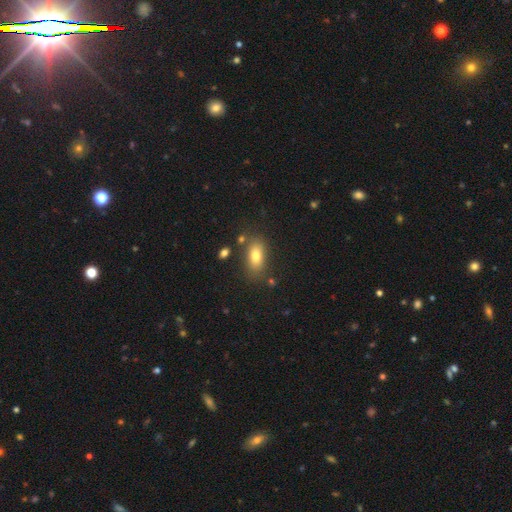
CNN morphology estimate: Q: Smooth or featured?
A: smooth (79%); runner-up: featured or disk (12%)
Q: How rounded?
A: in between (86%); runner-up: cigar-shaped (7%)
Q: Merging?
A: none (76%); runner-up: minor disturbance (14%)